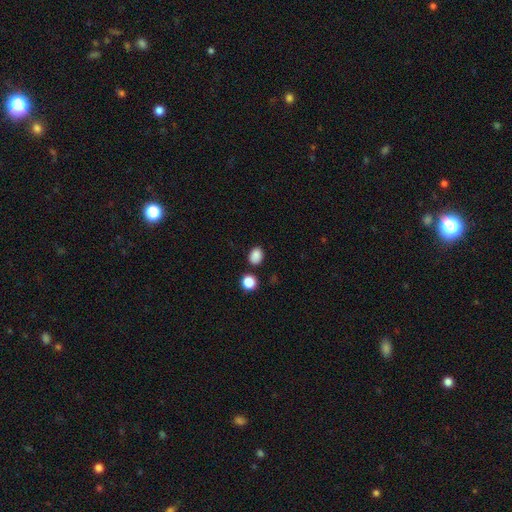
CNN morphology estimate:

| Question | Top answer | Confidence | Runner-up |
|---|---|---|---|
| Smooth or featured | smooth | 86% | star or artifact (11%) |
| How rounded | in between | 61% | round (38%) |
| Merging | none | 82% | minor disturbance (11%) |